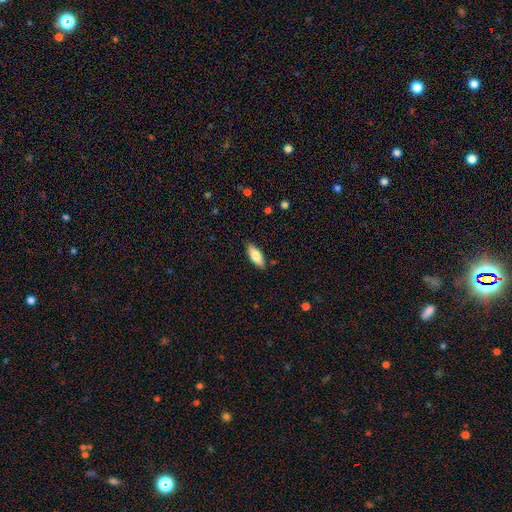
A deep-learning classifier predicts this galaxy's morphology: This appears to be a smooth galaxy with no disk features (81%) that is in between round and cigar-shaped (77%). Merging: none (87%).